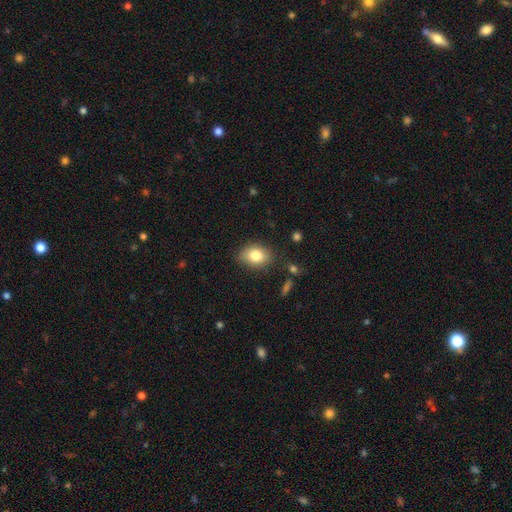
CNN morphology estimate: Q: Smooth or featured?
A: smooth (80%); runner-up: featured or disk (11%)
Q: How rounded?
A: in between (69%); runner-up: round (30%)
Q: Merging?
A: none (81%); runner-up: minor disturbance (14%)